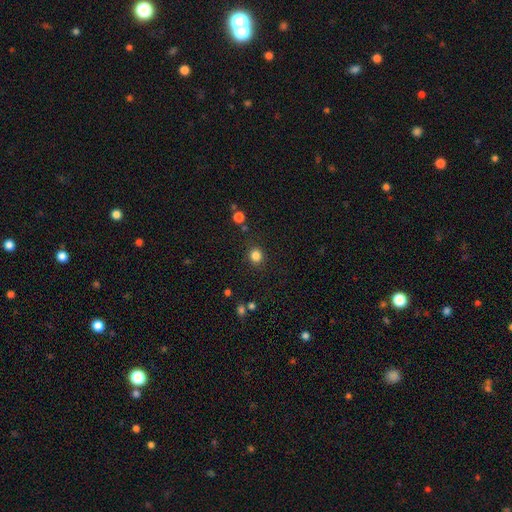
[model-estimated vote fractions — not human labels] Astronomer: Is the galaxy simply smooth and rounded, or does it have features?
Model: smooth — 84%.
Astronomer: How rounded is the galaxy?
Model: round — 86%.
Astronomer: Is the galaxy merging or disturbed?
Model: none — 87%.